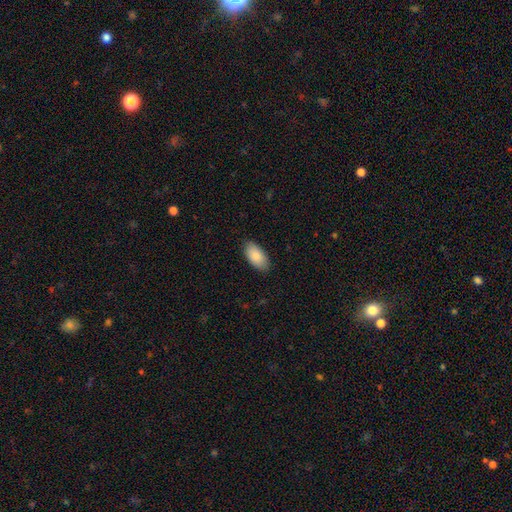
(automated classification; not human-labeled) This appears to be a smooth galaxy with no disk features (87%) that is in between round and cigar-shaped (95%). Merging: none (86%).